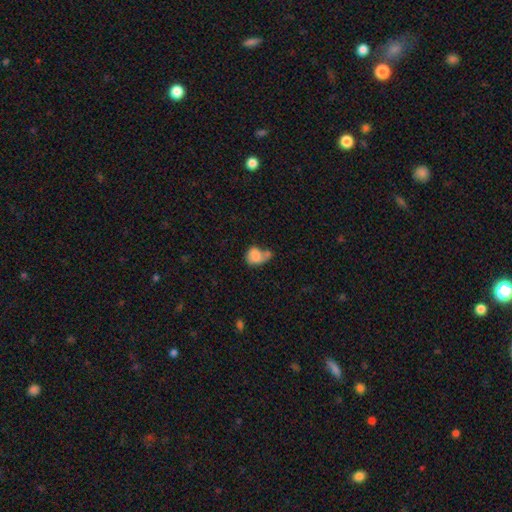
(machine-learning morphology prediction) Q: Smooth or featured?
A: smooth (68%); runner-up: featured or disk (24%)
Q: How rounded?
A: in between (57%); runner-up: round (42%)
Q: Merging?
A: merger (36%); runner-up: none (23%)